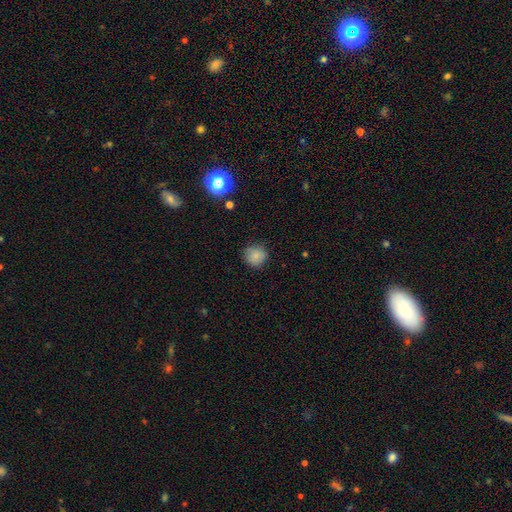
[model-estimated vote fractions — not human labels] Smooth or featured? smooth (83%)
How rounded? round (90%)
Merging? none (82%)